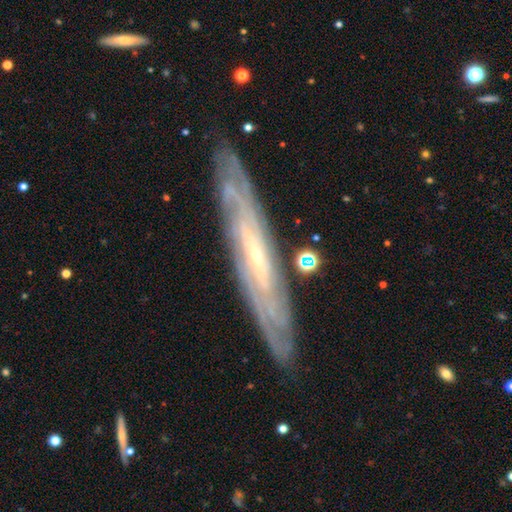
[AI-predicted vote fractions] Q: Smooth or featured?
A: featured or disk (81%); runner-up: smooth (13%)
Q: Edge-on disk?
A: no (53%); runner-up: yes (47%)
Q: Merging?
A: none (85%); runner-up: minor disturbance (11%)